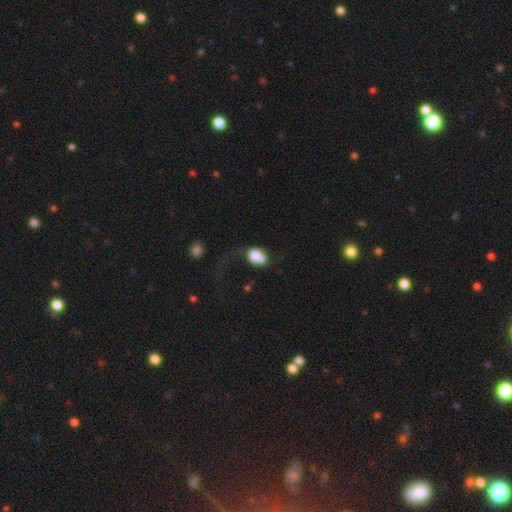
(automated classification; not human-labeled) Q: Smooth or featured?
A: smooth (71%); runner-up: featured or disk (19%)
Q: How rounded?
A: in between (54%); runner-up: round (45%)
Q: Merging?
A: merger (32%); runner-up: major disturbance (27%)